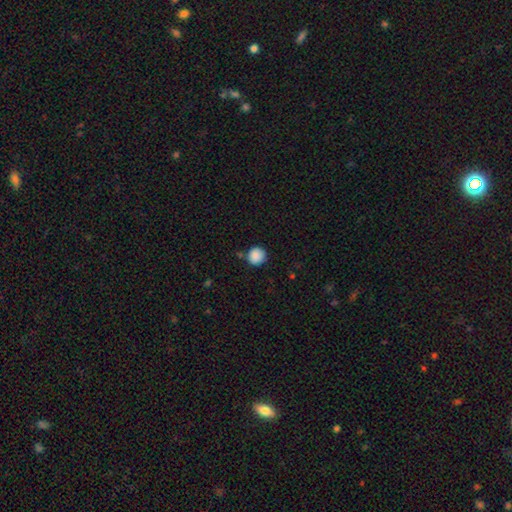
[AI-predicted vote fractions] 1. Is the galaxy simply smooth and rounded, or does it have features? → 88% smooth, 8% star or artifact, 3% featured or disk.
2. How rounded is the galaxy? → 94% round, 5% in between, 1% cigar-shaped.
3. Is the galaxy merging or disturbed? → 83% none, 10% minor disturbance, 4% merger, 3% major disturbance.